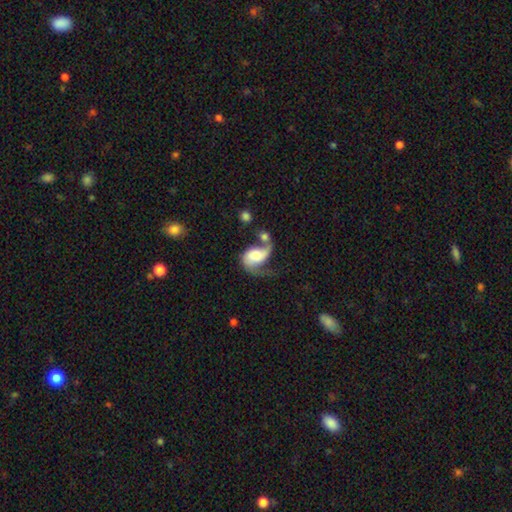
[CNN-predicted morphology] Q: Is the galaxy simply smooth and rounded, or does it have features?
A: featured or disk — 60%.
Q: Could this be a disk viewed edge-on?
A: no — 97%.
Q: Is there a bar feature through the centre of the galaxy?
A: no — 63%.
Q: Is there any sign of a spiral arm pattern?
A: yes — 85%.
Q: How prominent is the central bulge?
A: large — 32%.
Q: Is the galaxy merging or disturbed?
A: major disturbance — 32%.